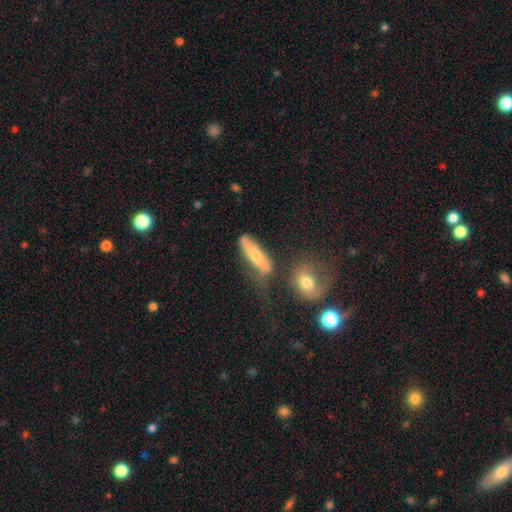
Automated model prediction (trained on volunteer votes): smooth-or-featured: smooth: 61% | featured or disk: 31% | star or artifact: 8%
  how-rounded: cigar-shaped: 65% | in between: 31% | round: 4%
  merging: none: 50% | merger: 20% | minor disturbance: 19% | major disturbance: 11%